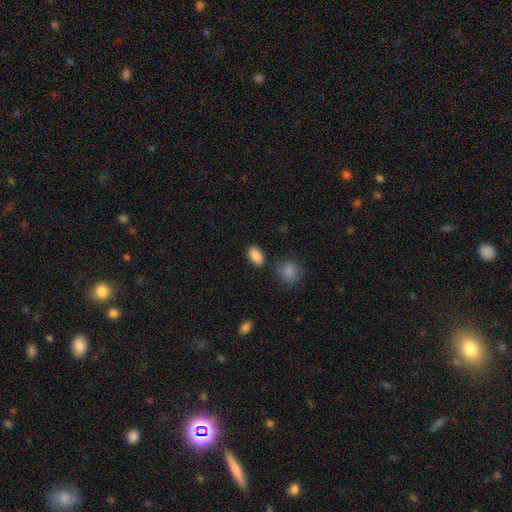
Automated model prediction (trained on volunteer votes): smooth_or_featured: smooth (p=0.88) [alt: star or artifact p=0.08]
how_rounded: in between (p=0.90) [alt: round p=0.08]
merging: none (p=0.82) [alt: minor disturbance p=0.11]